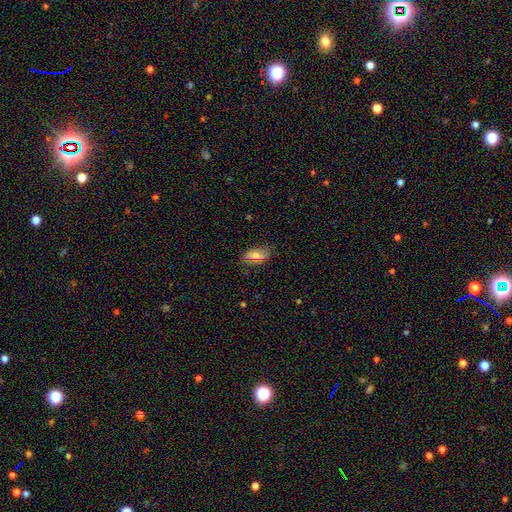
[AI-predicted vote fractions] A smooth galaxy with no disk features (63%) that is in between round and cigar-shaped (85%).

Vote fractions:
- Smooth or featured? smooth: 63% / featured or disk: 28% / star or artifact: 8%
- How rounded? in between: 85% / cigar-shaped: 11% / round: 4%
- Merging? none: 76% / minor disturbance: 19% / major disturbance: 4% / merger: 1%